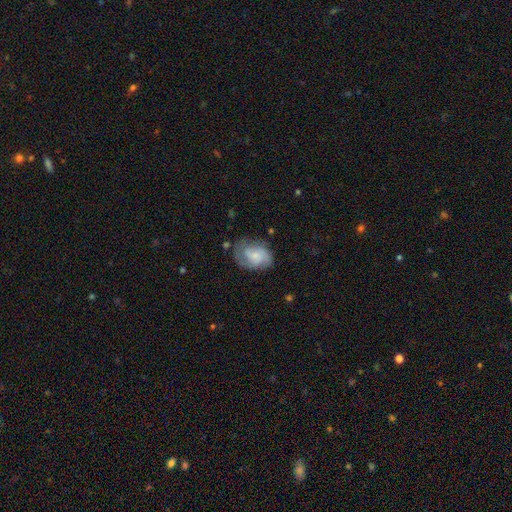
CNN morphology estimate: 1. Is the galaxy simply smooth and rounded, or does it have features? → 54% featured or disk, 38% smooth, 7% star or artifact.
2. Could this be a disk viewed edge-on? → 97% no, 3% yes.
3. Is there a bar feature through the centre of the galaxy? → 66% no, 30% weak, 5% strong.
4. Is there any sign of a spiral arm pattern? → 85% yes, 15% no.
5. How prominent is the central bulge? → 62% small, 21% moderate, 13% none, 3% large, 1% dominant.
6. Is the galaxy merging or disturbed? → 55% none, 27% minor disturbance, 15% major disturbance, 3% merger.